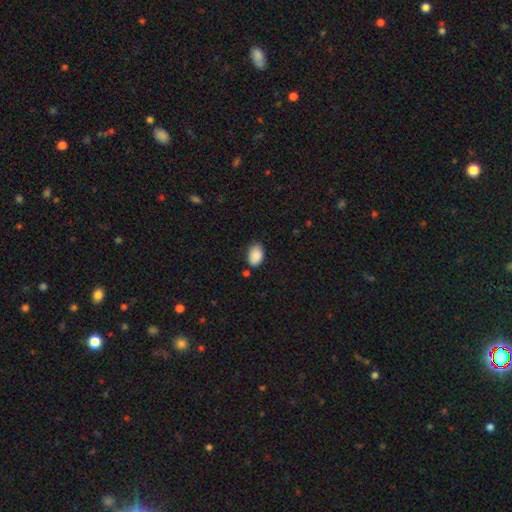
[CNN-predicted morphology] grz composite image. It shows a smooth galaxy with no disk features (90%) that is in between round and cigar-shaped (89%). Merging: none (76%).